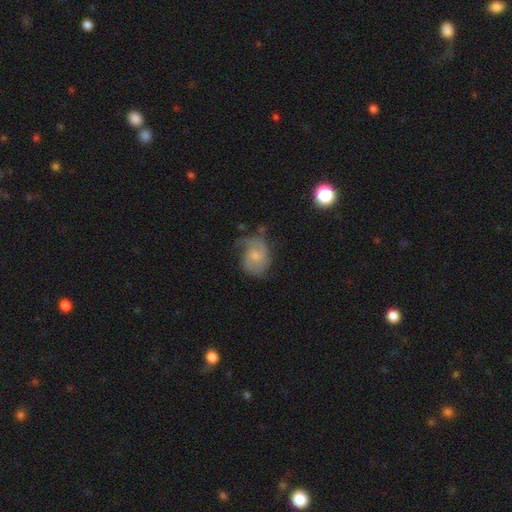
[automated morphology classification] This appears to be a featured or disk galaxy (65%) with no bar (69%), 2 (46%) medium (41%) spiral arms (87%) and a small central bulge (58%). Merging: none (43%).